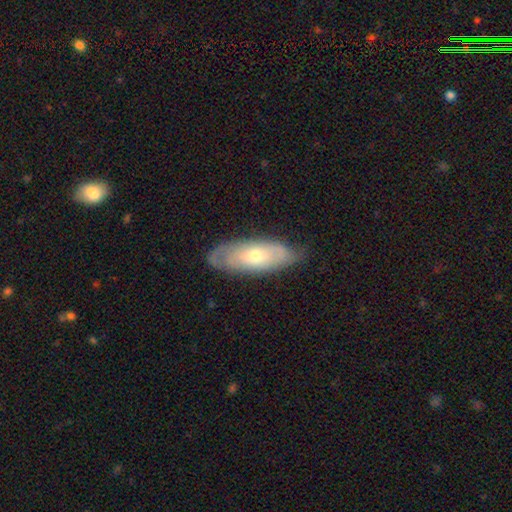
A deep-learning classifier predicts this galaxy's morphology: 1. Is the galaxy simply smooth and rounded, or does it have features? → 53% featured or disk, 41% smooth, 6% star or artifact.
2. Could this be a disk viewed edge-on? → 79% no, 21% yes.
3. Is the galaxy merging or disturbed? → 74% none, 20% minor disturbance, 5% major disturbance, 1% merger.